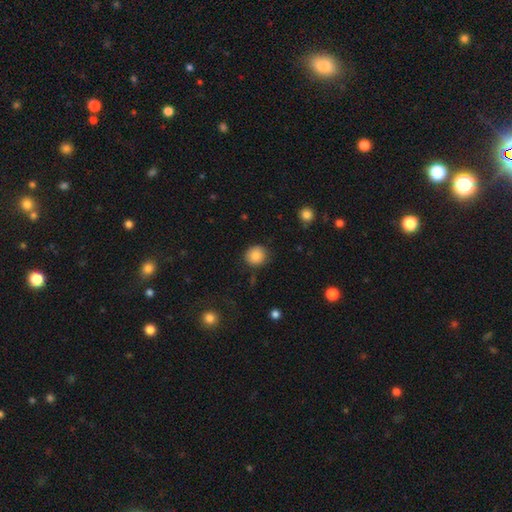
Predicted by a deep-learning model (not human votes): A smooth galaxy with no disk features (86%) that is round (88%).

Vote fractions:
- Smooth or featured? smooth: 86% / star or artifact: 9% / featured or disk: 5%
- How rounded? round: 88% / in between: 11% / cigar-shaped: 1%
- Merging? none: 83% / minor disturbance: 12% / major disturbance: 3% / merger: 2%